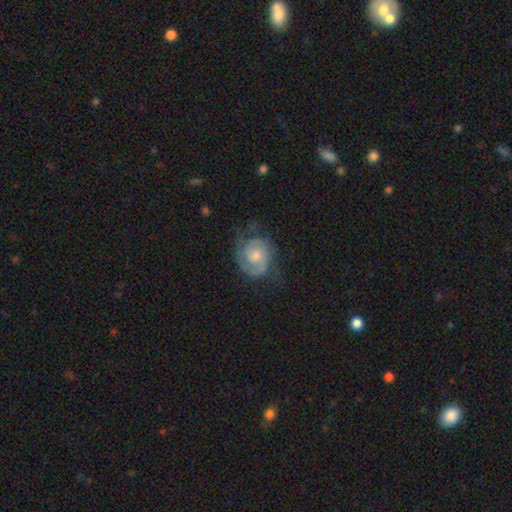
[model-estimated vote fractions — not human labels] A featured or disk galaxy (81%) with no bar (65%), 2 (73%) tight (56%) spiral arms (96%) and a moderate central bulge (49%).

Vote fractions:
- Smooth or featured? featured or disk: 81% / smooth: 13% / star or artifact: 6%
- Edge-on disk? no: 98% / yes: 2%
- Bar? no: 65% / weak: 30% / strong: 5%
- Spiral arms? yes: 96% / no: 4%
- Spiral winding? tight: 56% / medium: 35% / loose: 9%
- Spiral arm count? 2: 73% / can't tell: 11% / 1: 7% / 3: 6% / 4: 2% / more than 4: 2%
- Bulge size? moderate: 49% / small: 38% / none: 6% / large: 6% / dominant: 1%
- Merging? none: 67% / minor disturbance: 21% / major disturbance: 11% / merger: 1%